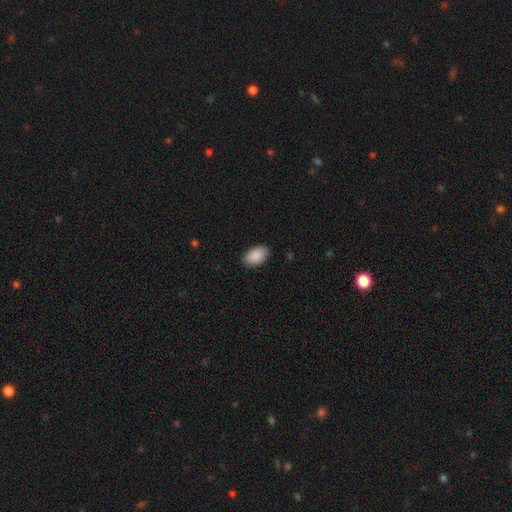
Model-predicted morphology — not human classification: This appears to be a smooth galaxy with no disk features (90%) that is in between round and cigar-shaped (93%). Merging: none (86%).